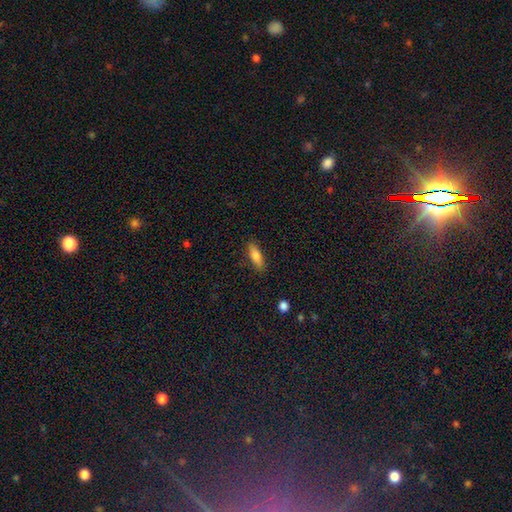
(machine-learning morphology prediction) A smooth galaxy with no disk features (77%) that is in between round and cigar-shaped (54%).

Vote fractions:
- Smooth or featured? smooth: 77% / featured or disk: 16% / star or artifact: 7%
- How rounded? in between: 54% / cigar-shaped: 44% / round: 2%
- Merging? none: 85% / minor disturbance: 11% / major disturbance: 3% / merger: 1%